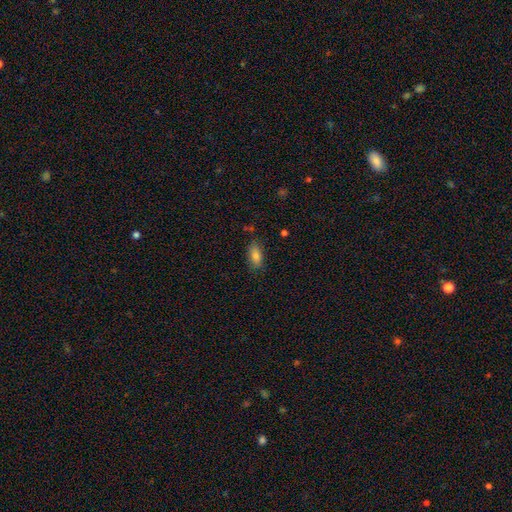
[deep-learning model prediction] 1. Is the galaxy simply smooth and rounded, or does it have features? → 81% smooth, 10% featured or disk, 9% star or artifact.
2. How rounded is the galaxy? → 86% in between, 11% cigar-shaped, 3% round.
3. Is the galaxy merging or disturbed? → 81% none, 14% minor disturbance, 3% major disturbance, 2% merger.